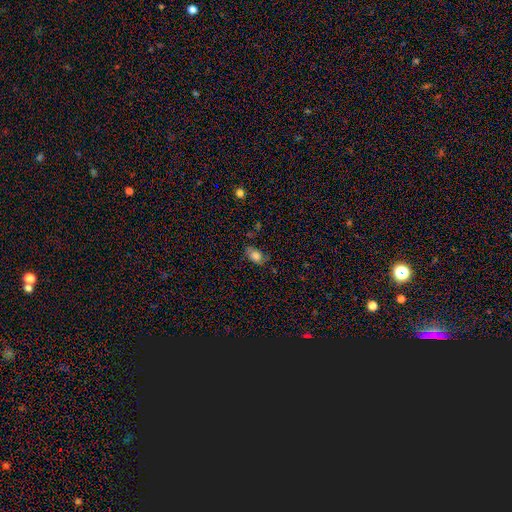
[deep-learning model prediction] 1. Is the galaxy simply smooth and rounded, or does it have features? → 71% smooth, 18% featured or disk, 11% star or artifact.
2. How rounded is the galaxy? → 78% in between, 20% round, 2% cigar-shaped.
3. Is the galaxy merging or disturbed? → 60% none, 27% minor disturbance, 10% major disturbance, 2% merger.